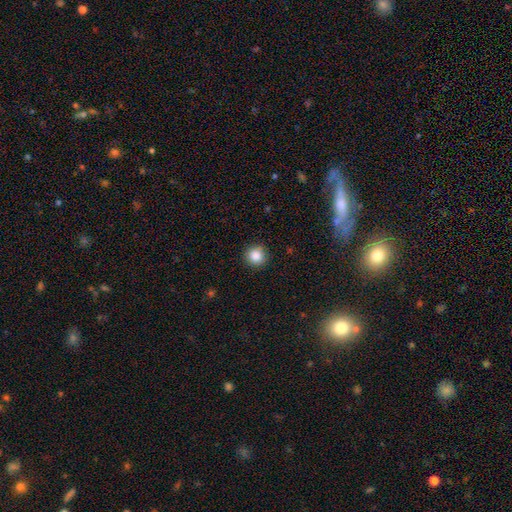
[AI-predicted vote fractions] smooth 87%, star or artifact 10%, featured or disk 3%. Down the decision tree: how rounded — round (93%); merging — none (90%).